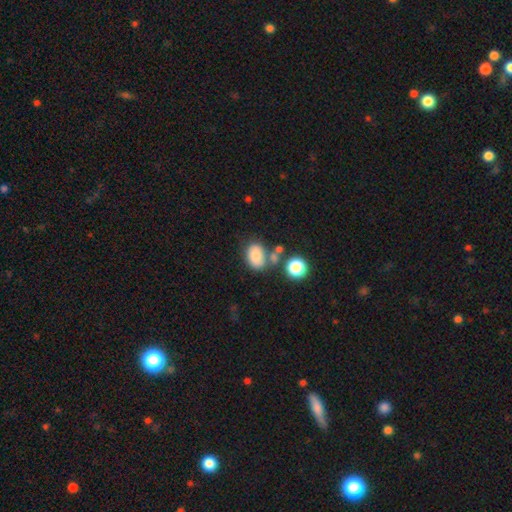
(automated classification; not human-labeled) Smooth or featured: smooth — 81% (star or artifact — 10%)
How rounded: in between — 79% (round — 19%)
Merging: none — 59% (merger — 19%)